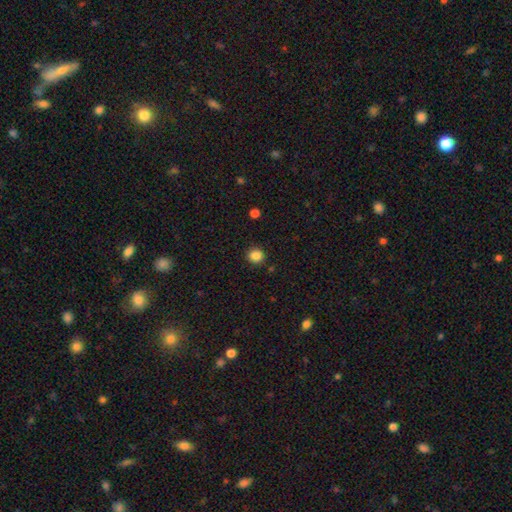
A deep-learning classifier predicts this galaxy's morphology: A smooth galaxy with no disk features (85%) that is round (87%).

Vote fractions:
- Smooth or featured? smooth: 85% / star or artifact: 11% / featured or disk: 4%
- How rounded? round: 87% / in between: 12% / cigar-shaped: 1%
- Merging? none: 90% / minor disturbance: 6% / major disturbance: 2% / merger: 2%